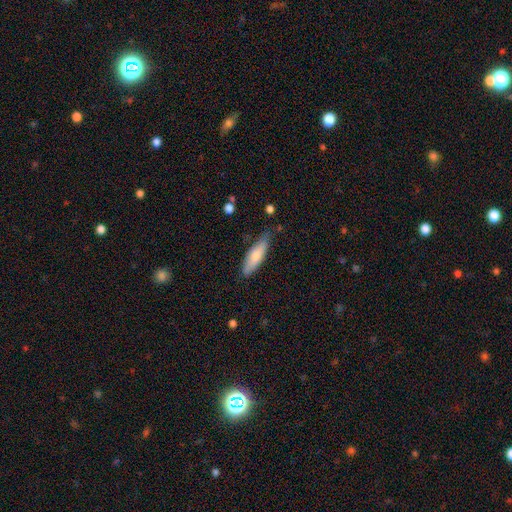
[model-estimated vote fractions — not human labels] Smooth or featured? Predicted: smooth (p=0.75). How rounded? Predicted: cigar-shaped (p=0.50). Merging? Predicted: none (p=0.69).